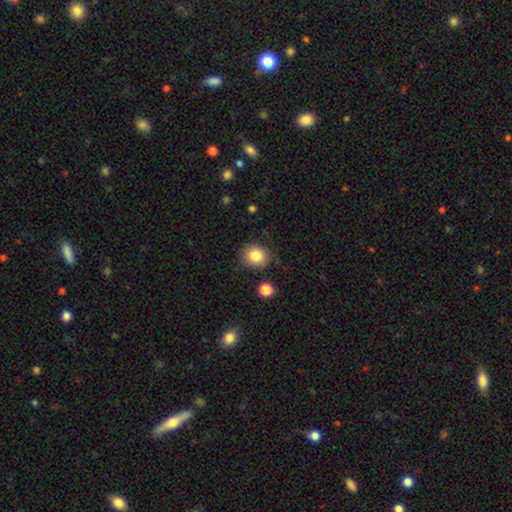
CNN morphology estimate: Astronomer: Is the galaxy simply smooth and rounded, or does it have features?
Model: smooth — 83%.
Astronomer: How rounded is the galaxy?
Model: round — 72%.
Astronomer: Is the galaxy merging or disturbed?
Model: none — 83%.